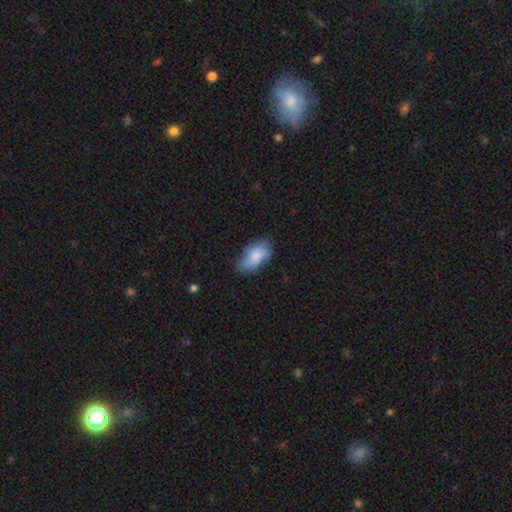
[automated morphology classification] A smooth galaxy with no disk features (76%) that is in between round and cigar-shaped (93%). Merging: none (58%).